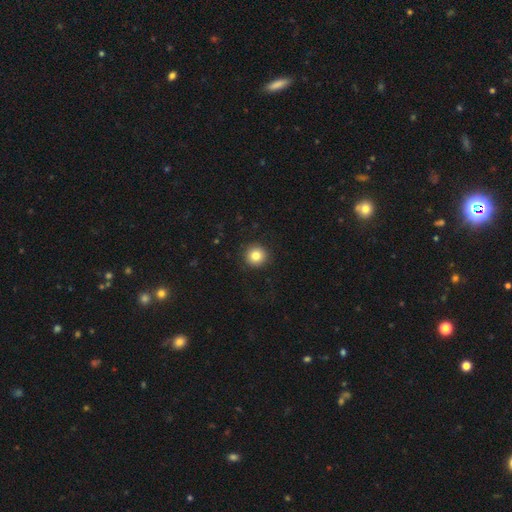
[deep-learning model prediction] This appears to be a smooth galaxy with no disk features (83%) that is round (94%). Merging: none (92%).